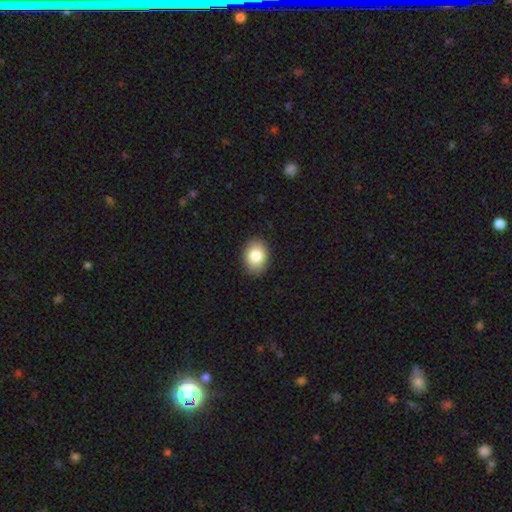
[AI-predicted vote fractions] A smooth galaxy with no disk features (83%) that is in between round and cigar-shaped (72%).

Vote fractions:
- Smooth or featured? smooth: 83% / featured or disk: 9% / star or artifact: 8%
- How rounded? in between: 72% / round: 27% / cigar-shaped: 1%
- Merging? none: 89% / minor disturbance: 8% / major disturbance: 2% / merger: 1%